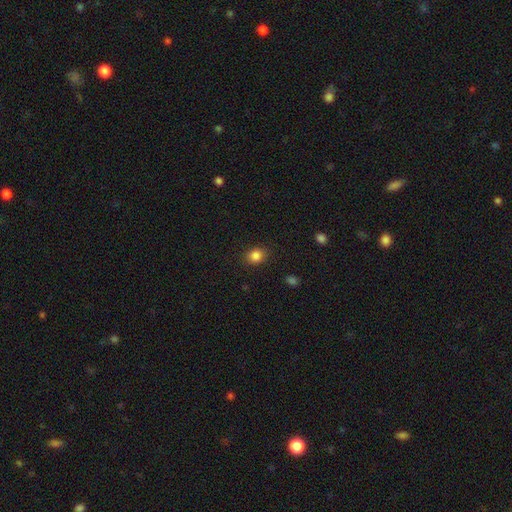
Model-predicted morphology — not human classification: type=smooth (85%); roundness=round (57%); merging=none (87%).